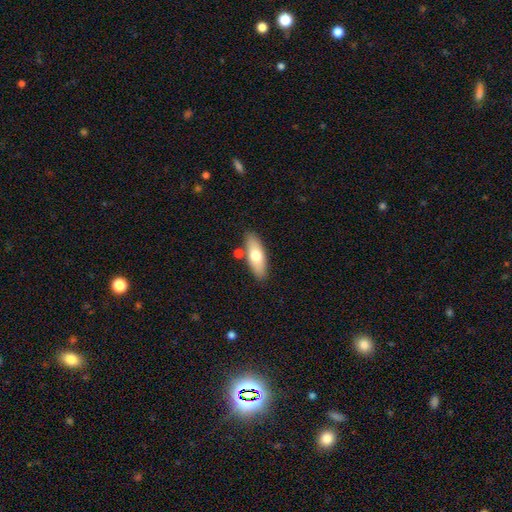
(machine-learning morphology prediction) smooth 66%, featured or disk 28%, star or artifact 6%. Down the decision tree: how rounded — in between (70%); merging — none (80%).